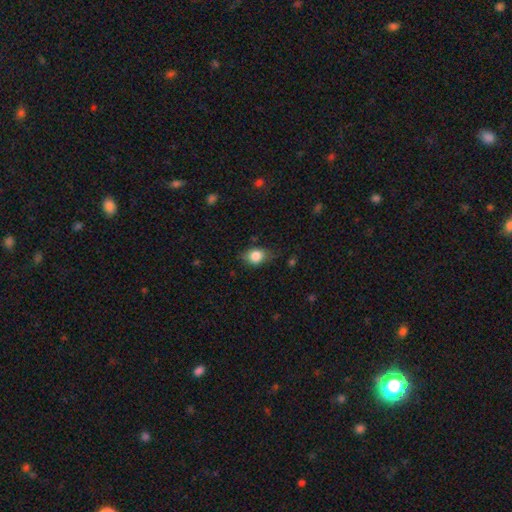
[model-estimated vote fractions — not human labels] This is clearly a smooth galaxy (83%). How rounded: possibly in between (56%). Merging: likely none (67%).